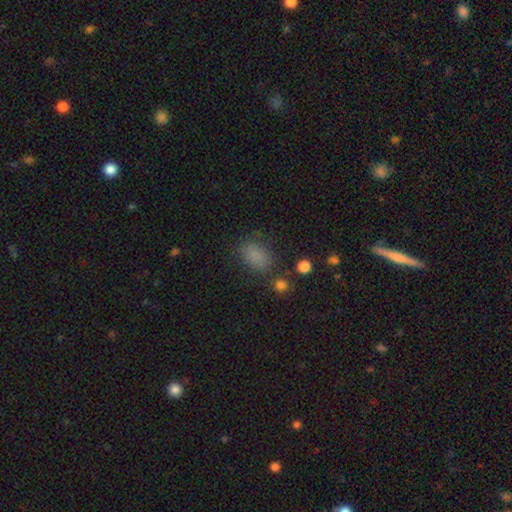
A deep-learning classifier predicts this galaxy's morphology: Q: Smooth or featured?
A: smooth (81%); runner-up: star or artifact (14%)
Q: How rounded?
A: in between (85%); runner-up: round (13%)
Q: Merging?
A: none (75%); runner-up: minor disturbance (15%)